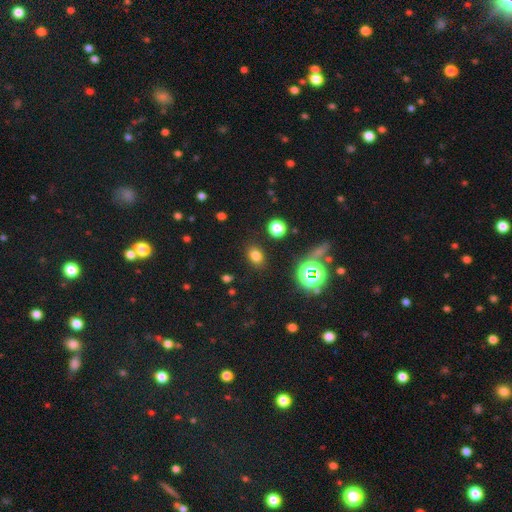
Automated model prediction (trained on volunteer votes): smooth 73%, star or artifact 20%, featured or disk 6%. Down the decision tree: how rounded — in between (58%); merging — none (85%).